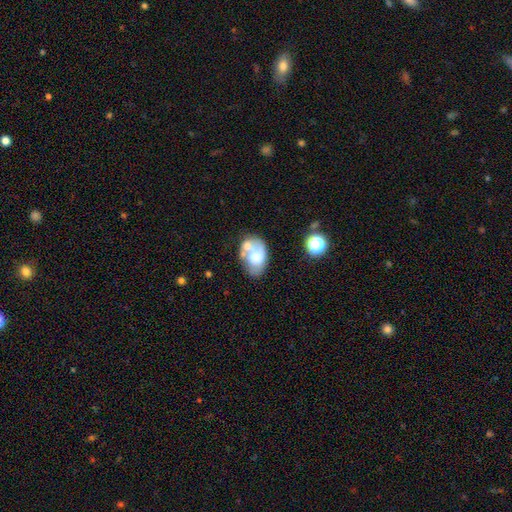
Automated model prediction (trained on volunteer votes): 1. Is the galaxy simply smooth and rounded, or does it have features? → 56% smooth, 35% featured or disk, 9% star or artifact.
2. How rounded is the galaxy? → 84% in between, 15% round, 1% cigar-shaped.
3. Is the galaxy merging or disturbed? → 36% none, 30% merger, 22% minor disturbance, 13% major disturbance.